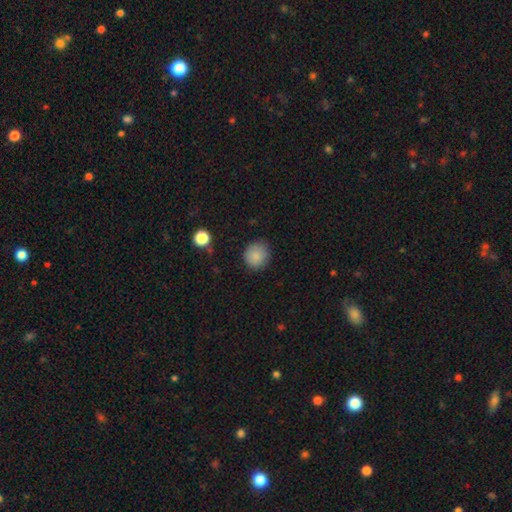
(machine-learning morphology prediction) Smooth or featured?
  - smooth: 86% *
  - star or artifact: 9%
  - featured or disk: 5%
How rounded?
  - round: 87% *
  - in between: 12%
  - cigar-shaped: 1%
Merging?
  - none: 82% *
  - minor disturbance: 14%
  - major disturbance: 3%
  - merger: 1%